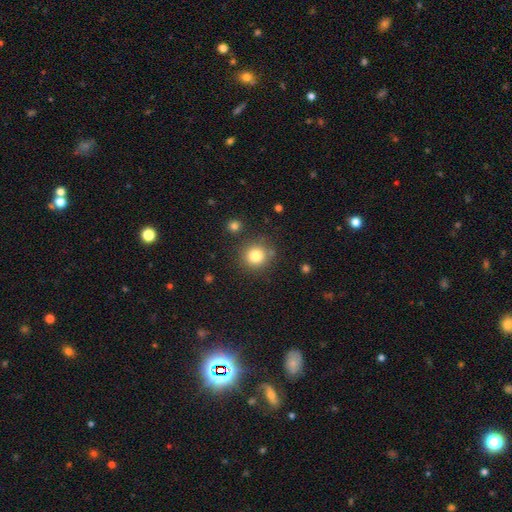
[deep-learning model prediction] Overall: smooth (82%). How rounded: round (92%). Merging: none (83%).